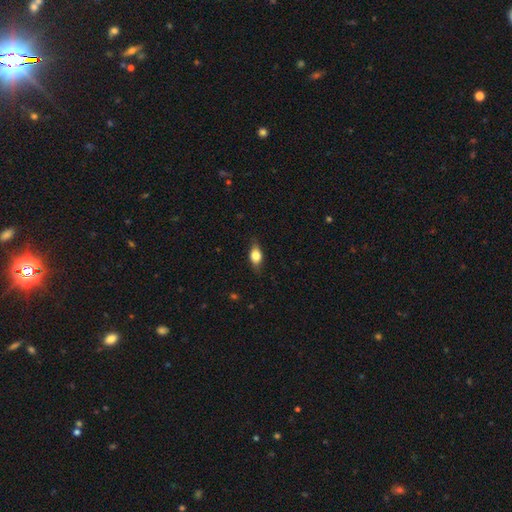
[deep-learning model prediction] Smooth or featured? smooth (72%)
How rounded? in between (77%)
Merging? none (78%)